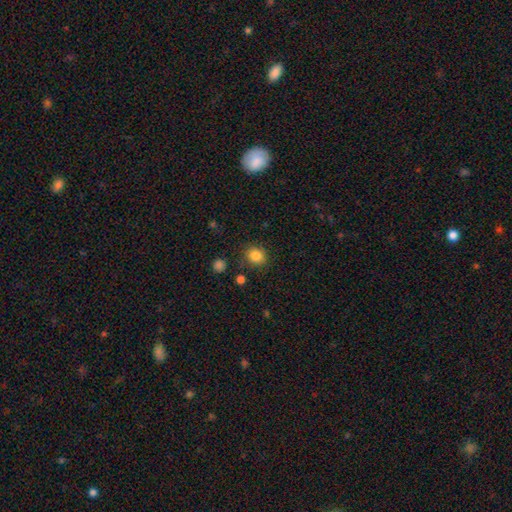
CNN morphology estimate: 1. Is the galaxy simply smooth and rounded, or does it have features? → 85% smooth, 11% star or artifact, 5% featured or disk.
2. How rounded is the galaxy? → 78% round, 21% in between, 1% cigar-shaped.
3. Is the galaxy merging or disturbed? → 84% none, 10% minor disturbance, 3% major disturbance, 3% merger.